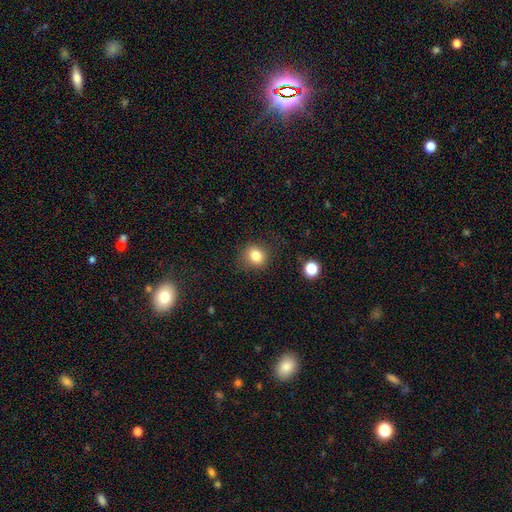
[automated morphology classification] Smooth or featured: smooth — 82% (star or artifact — 12%)
How rounded: round — 76% (in between — 23%)
Merging: none — 82% (minor disturbance — 12%)